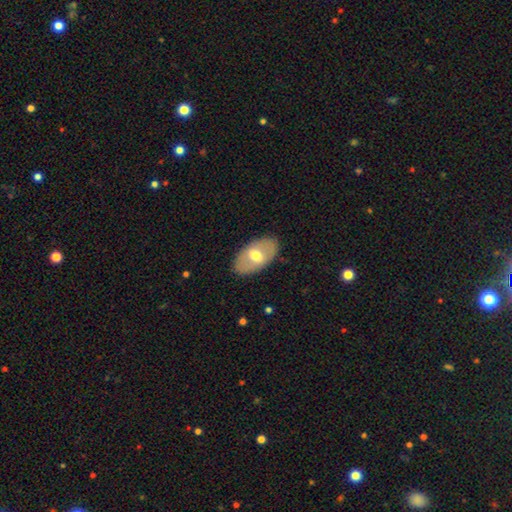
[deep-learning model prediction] The model was most divided on "smooth or featured": smooth: 56%, featured or disk: 38%, star or artifact: 6%. More confident: how rounded — in between (93%); merging — none (86%).